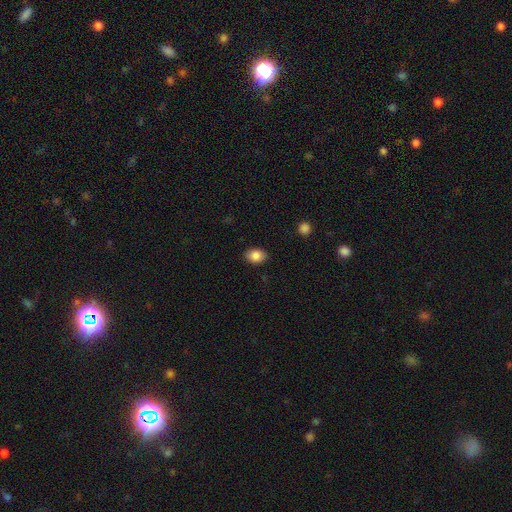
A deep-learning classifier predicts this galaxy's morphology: This is clearly a smooth galaxy (86%). How rounded: likely in between (72%). Merging: clearly none (86%).